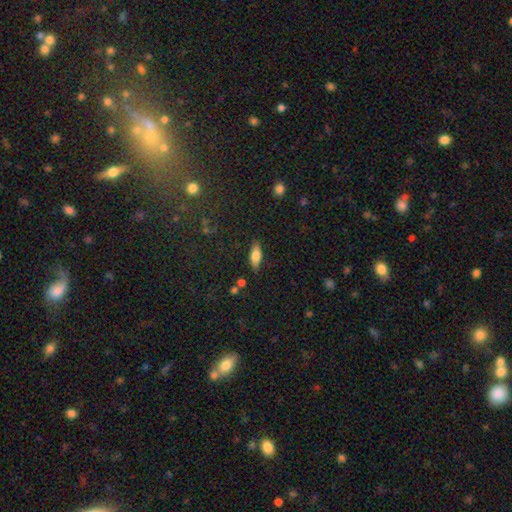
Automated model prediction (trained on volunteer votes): Q: Smooth or featured?
A: smooth (70%); runner-up: featured or disk (23%)
Q: How rounded?
A: in between (69%); runner-up: cigar-shaped (28%)
Q: Merging?
A: none (84%); runner-up: minor disturbance (12%)